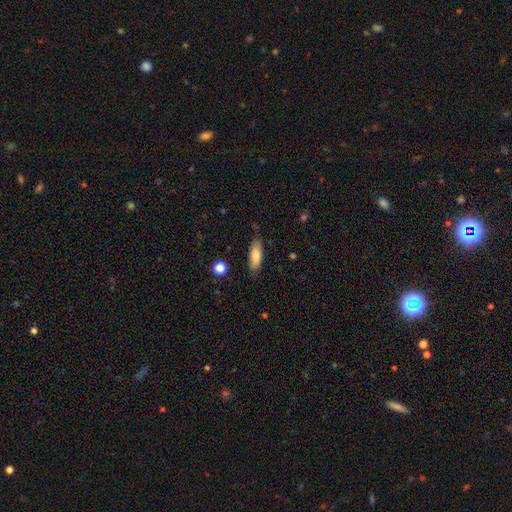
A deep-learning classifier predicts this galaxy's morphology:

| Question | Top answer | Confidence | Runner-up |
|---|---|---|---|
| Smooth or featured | smooth | 79% | featured or disk (15%) |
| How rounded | in between | 64% | cigar-shaped (34%) |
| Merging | none | 80% | minor disturbance (16%) |